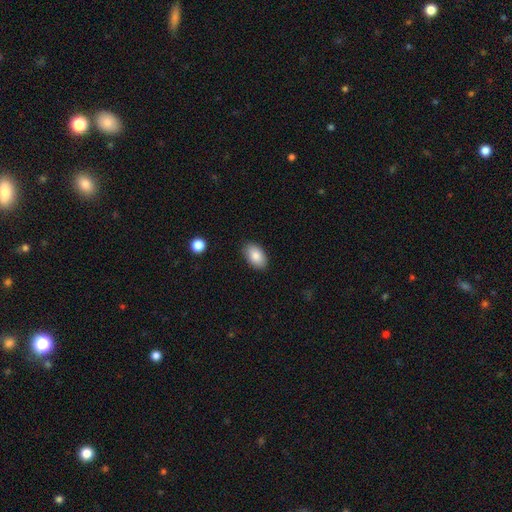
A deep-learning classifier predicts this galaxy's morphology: smooth 87%, star or artifact 7%, featured or disk 6%. Down the decision tree: how rounded — in between (93%); merging — none (86%).